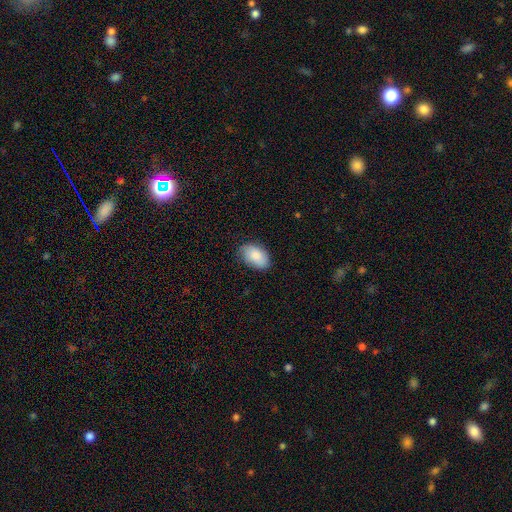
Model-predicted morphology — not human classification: Smooth or featured? smooth (86%)
How rounded? in between (92%)
Merging? none (81%)